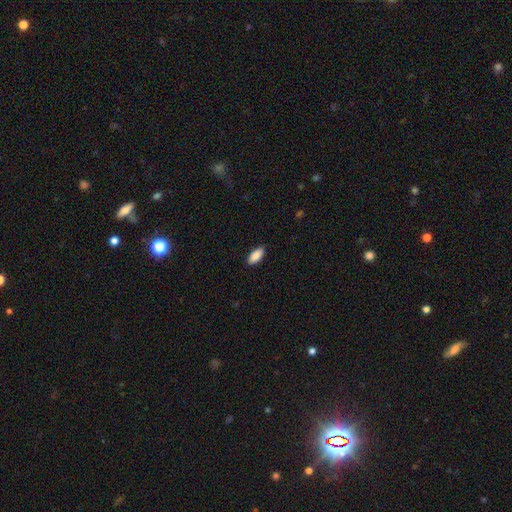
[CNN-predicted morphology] A smooth galaxy with no disk features (88%) that is in between round and cigar-shaped (88%). Merging: none (88%).